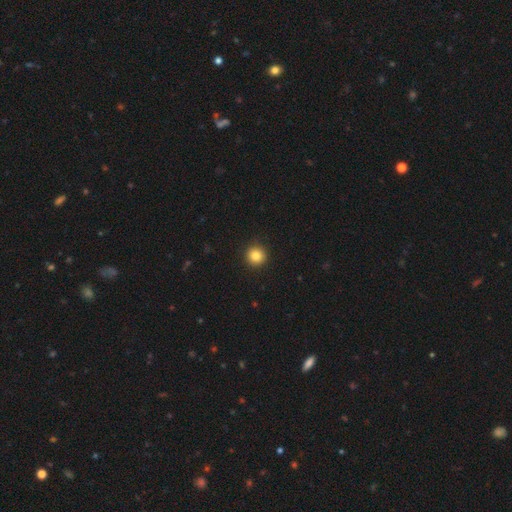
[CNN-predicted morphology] Q: Smooth or featured?
A: smooth (85%); runner-up: star or artifact (10%)
Q: How rounded?
A: round (95%); runner-up: in between (4%)
Q: Merging?
A: none (93%); runner-up: minor disturbance (4%)